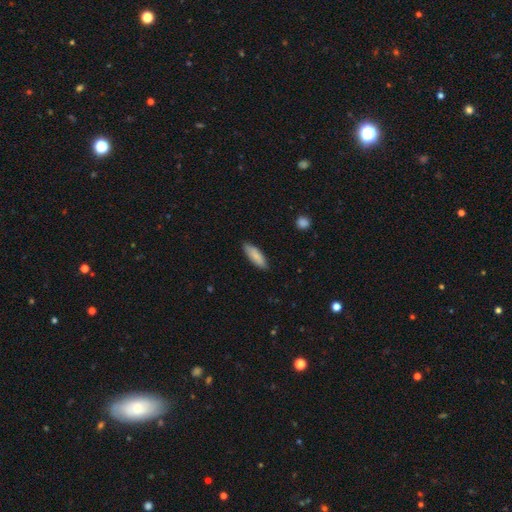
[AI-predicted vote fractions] Morphology: type=smooth (83%); roundness=in between (52%); merging=none (84%).